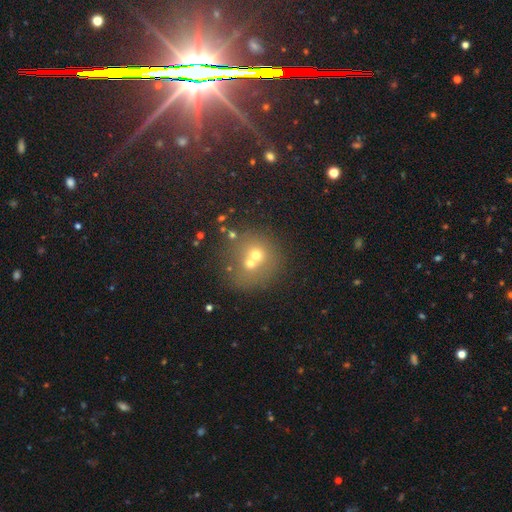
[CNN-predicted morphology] Smooth or featured? Predicted: smooth (p=0.53). How rounded? Predicted: round (p=0.81). Merging? Predicted: merger (p=0.53).